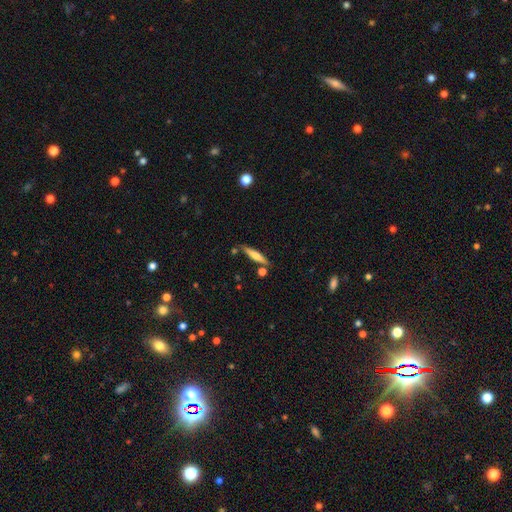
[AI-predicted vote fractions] This is possibly a smooth galaxy (53%). How rounded: clearly cigar-shaped (87%). Merging: likely none (79%).